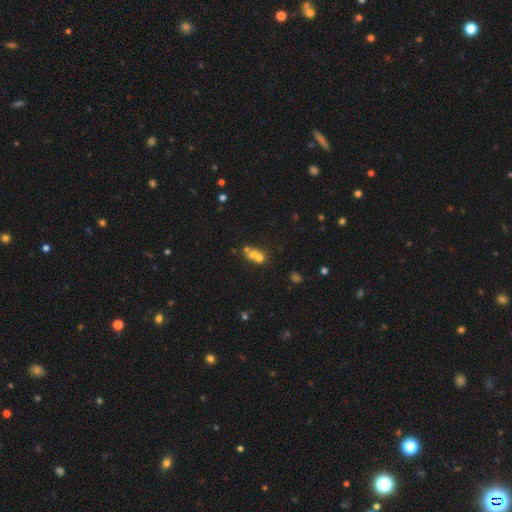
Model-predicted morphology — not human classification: smooth-or-featured: smooth: 54% | featured or disk: 27% | star or artifact: 19%
  how-rounded: round: 68% | in between: 30% | cigar-shaped: 2%
  merging: merger: 59% | none: 30% | minor disturbance: 7% | major disturbance: 5%